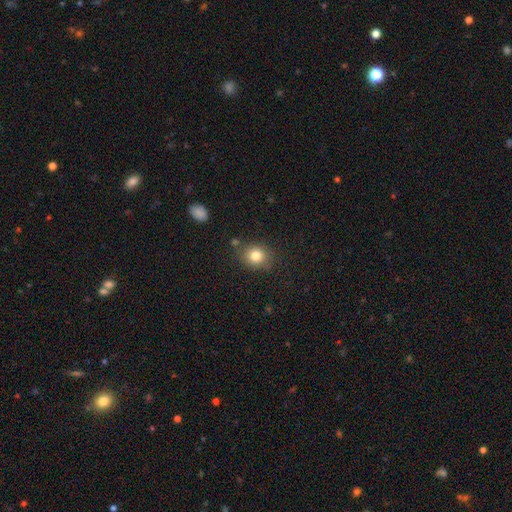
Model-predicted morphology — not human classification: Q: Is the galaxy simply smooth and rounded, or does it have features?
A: smooth — 81%.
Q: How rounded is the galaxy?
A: round — 72%.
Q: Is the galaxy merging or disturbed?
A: none — 81%.